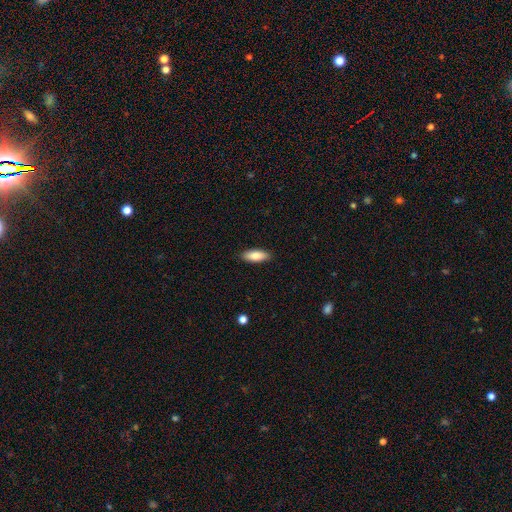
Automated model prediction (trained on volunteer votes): smooth-or-featured: smooth: 83% | featured or disk: 10% | star or artifact: 6%
  how-rounded: in between: 73% | cigar-shaped: 25% | round: 2%
  merging: none: 90% | minor disturbance: 8% | major disturbance: 2% | merger: 1%